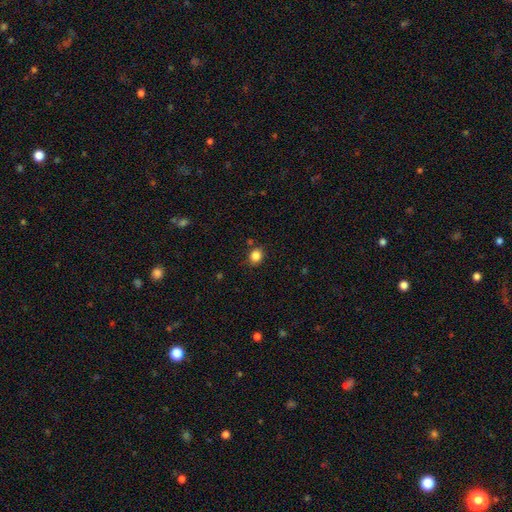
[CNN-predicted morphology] The model was most divided on "how rounded": round: 66%, in between: 33%, cigar-shaped: 1%. More confident: smooth or featured — smooth (85%); merging — none (83%).